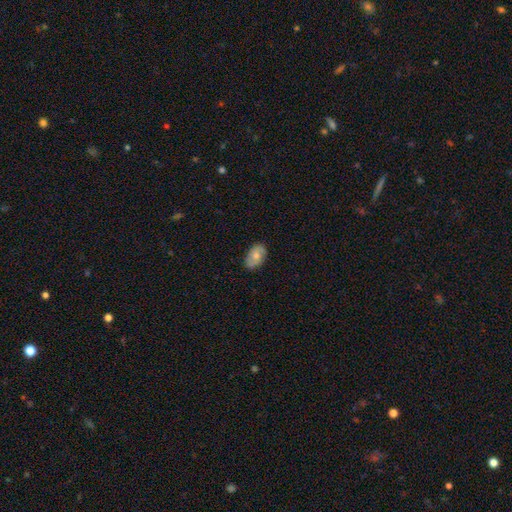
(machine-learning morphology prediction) Smooth or featured: smooth — 65% (featured or disk — 28%)
How rounded: in between — 90% (round — 9%)
Merging: none — 83% (minor disturbance — 14%)